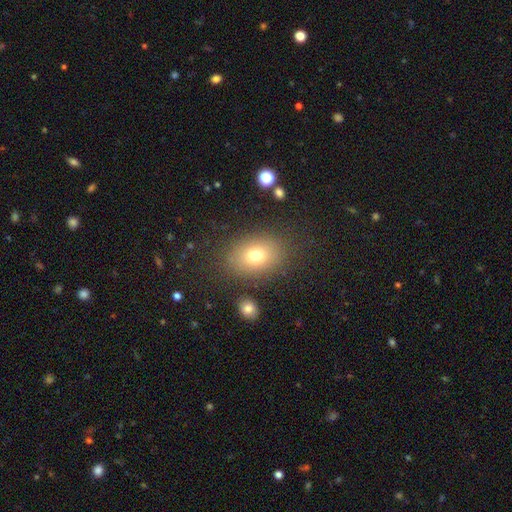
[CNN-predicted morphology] Overall: smooth (74%). How rounded: in between (62%; round 37%). Merging: none (83%).